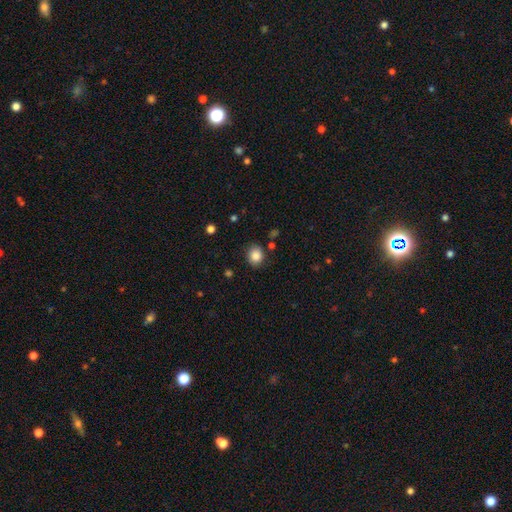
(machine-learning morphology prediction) This is clearly a smooth galaxy (85%). How rounded: likely round (72%). Merging: clearly none (83%).